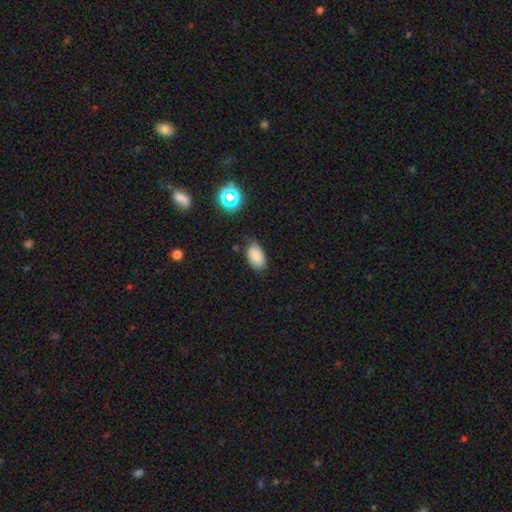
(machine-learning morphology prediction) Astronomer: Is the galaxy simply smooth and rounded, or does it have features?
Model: smooth — 83%.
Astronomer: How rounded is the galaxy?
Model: in between — 92%.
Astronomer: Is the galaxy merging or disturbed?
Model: none — 75%.